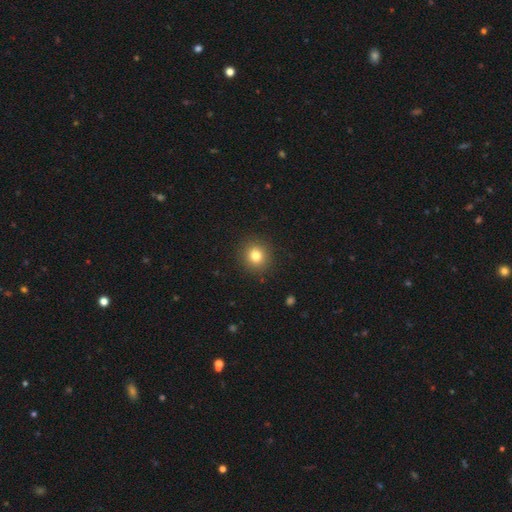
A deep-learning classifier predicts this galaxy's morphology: type=smooth (81%); roundness=round (88%); merging=none (90%).